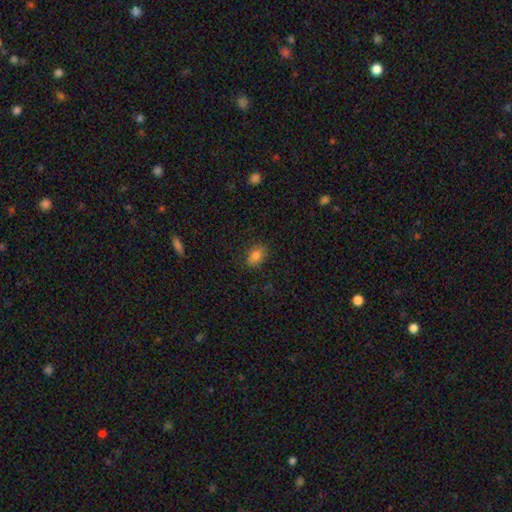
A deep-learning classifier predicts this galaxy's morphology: Smooth or featured? Predicted: smooth (p=0.82). How rounded? Predicted: in between (p=0.83). Merging? Predicted: none (p=0.85).